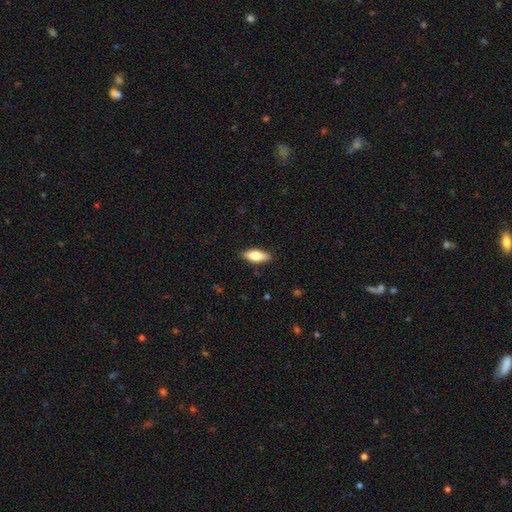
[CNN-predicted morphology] The model was most divided on "smooth or featured": smooth: 73%, featured or disk: 21%, star or artifact: 6%. More confident: merging — none (88%); how rounded — in between (75%).